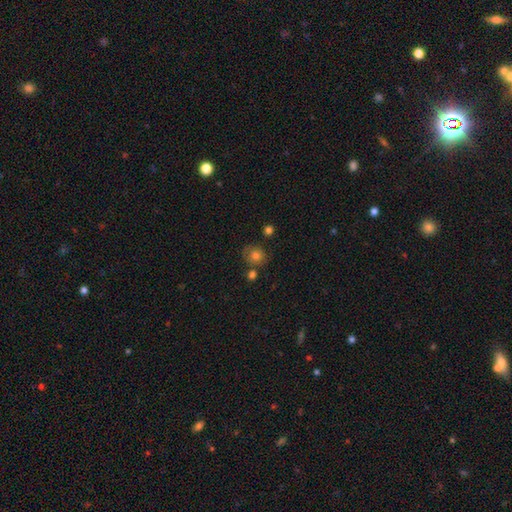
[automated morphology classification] Smooth or featured?
  - smooth: 78% *
  - star or artifact: 12%
  - featured or disk: 11%
How rounded?
  - round: 81% *
  - in between: 18%
  - cigar-shaped: 1%
Merging?
  - none: 68% *
  - minor disturbance: 16%
  - merger: 11%
  - major disturbance: 5%